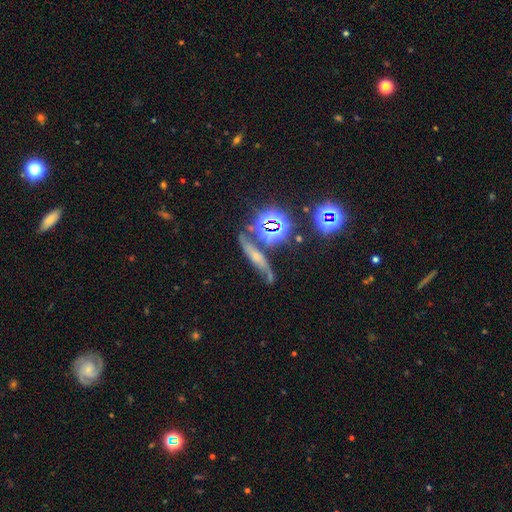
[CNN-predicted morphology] smooth-or-featured: featured or disk: 38% | smooth: 32% | star or artifact: 30%
  merging: none: 58% | minor disturbance: 20% | merger: 12% | major disturbance: 9%